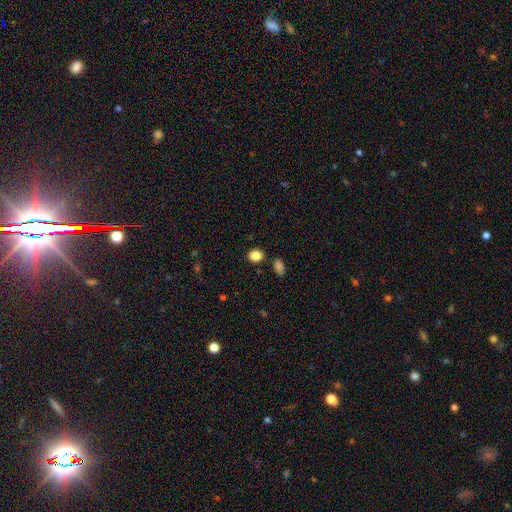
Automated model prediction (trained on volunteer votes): A smooth galaxy with no disk features (86%) that is round (63%).

Vote fractions:
- Smooth or featured? smooth: 86% / star or artifact: 10% / featured or disk: 4%
- How rounded? round: 63% / in between: 36% / cigar-shaped: 1%
- Merging? none: 84% / minor disturbance: 9% / merger: 5% / major disturbance: 3%